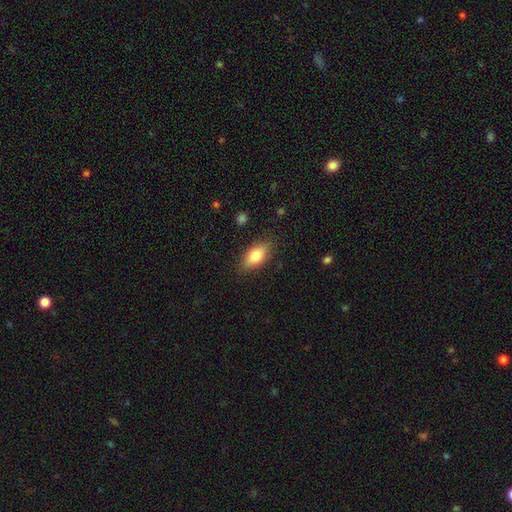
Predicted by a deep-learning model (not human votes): A smooth galaxy with no disk features (74%) that is in between round and cigar-shaped (83%). Merging: none (84%).